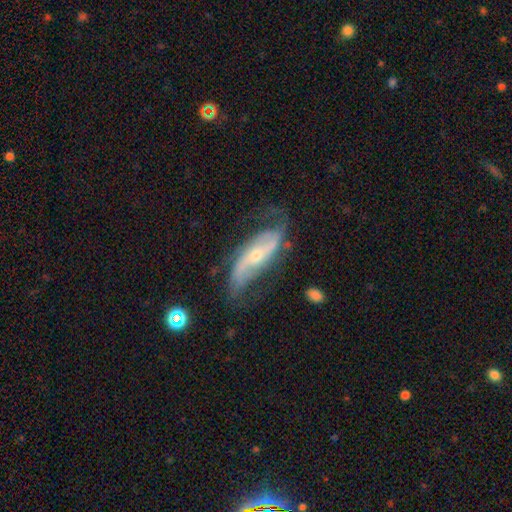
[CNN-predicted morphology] This is clearly a featured or disk galaxy (80%). It is clearly not viewed edge-on (85%). Bar: marginally no (43%). Spiral arm pattern: clearly yes (91%). Spiral arm count: clearly 2 (85%). Spiral winding: likely loose (61%). Central bulge: possibly small (59%). Merging: possibly none (59%).